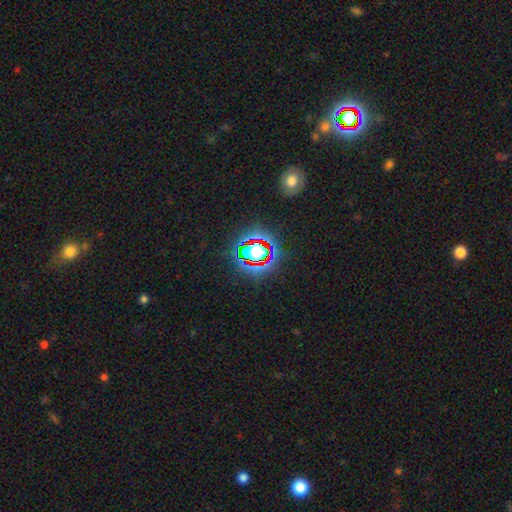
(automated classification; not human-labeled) smooth-or-featured: star or artifact: 69% | smooth: 19% | featured or disk: 12%